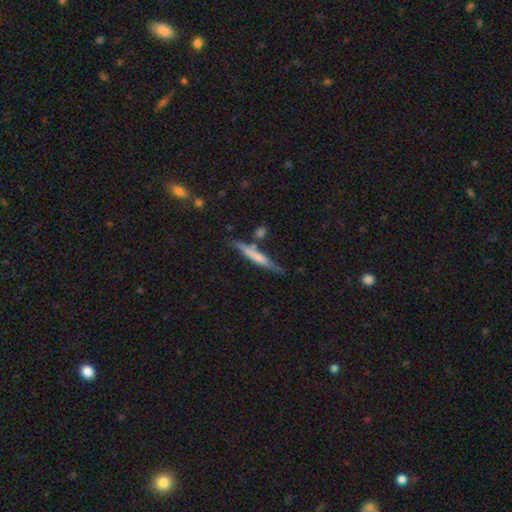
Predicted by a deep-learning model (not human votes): Smooth or featured?
  - smooth: 51% *
  - featured or disk: 43%
  - star or artifact: 6%
How rounded?
  - cigar-shaped: 93% *
  - in between: 5%
  - round: 2%
Merging?
  - none: 67% *
  - minor disturbance: 18%
  - merger: 10%
  - major disturbance: 4%